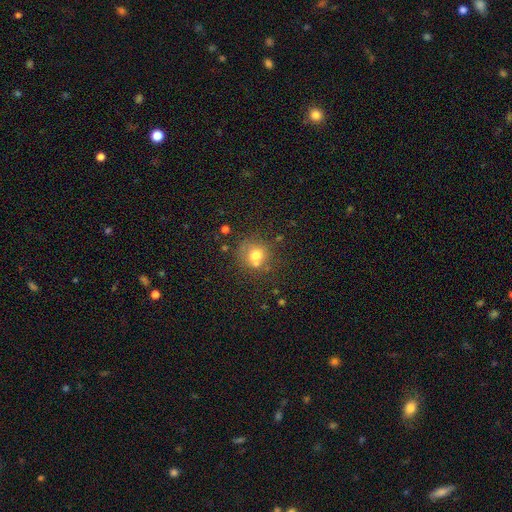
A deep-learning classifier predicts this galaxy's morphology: smooth-or-featured: smooth: 70% | featured or disk: 15% | star or artifact: 15%
  how-rounded: round: 84% | in between: 16% | cigar-shaped: 1%
  merging: none: 59% | merger: 18% | minor disturbance: 17% | major disturbance: 7%